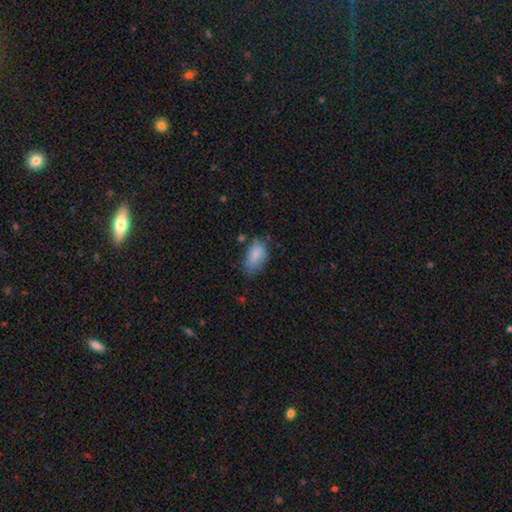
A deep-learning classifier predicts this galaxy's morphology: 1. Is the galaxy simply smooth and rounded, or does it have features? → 79% smooth, 13% featured or disk, 8% star or artifact.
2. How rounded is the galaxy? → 92% in between, 6% round, 3% cigar-shaped.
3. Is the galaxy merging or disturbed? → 47% none, 37% minor disturbance, 13% major disturbance, 4% merger.